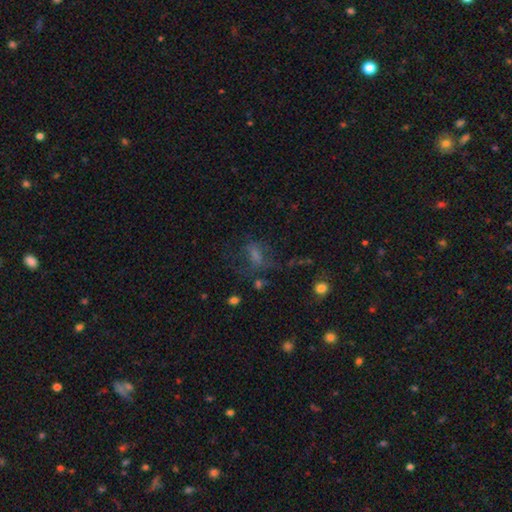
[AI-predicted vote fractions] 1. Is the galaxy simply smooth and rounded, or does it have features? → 46% smooth, 29% featured or disk, 25% star or artifact.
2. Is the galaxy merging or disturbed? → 42% none, 34% major disturbance, 19% minor disturbance, 5% merger.